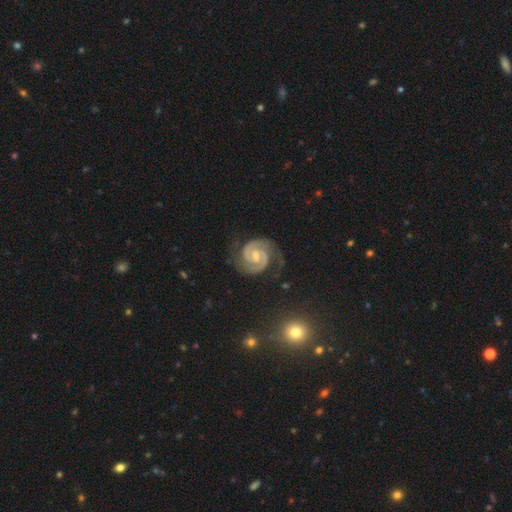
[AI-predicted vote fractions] A featured or disk galaxy (92%) with a weak bar (54%), 2 (92%) tight (56%) spiral arms (99%) and a moderate central bulge (47%).

Vote fractions:
- Smooth or featured? featured or disk: 92% / star or artifact: 5% / smooth: 4%
- Edge-on disk? no: 98% / yes: 2%
- Bar? weak: 54% / no: 31% / strong: 15%
- Spiral arms? yes: 99% / no: 1%
- Spiral winding? tight: 56% / medium: 38% / loose: 5%
- Spiral arm count? 2: 92% / 3: 2% / can't tell: 2% / 1: 1% / 4: 1% / more than 4: 1%
- Bulge size? moderate: 47% / small: 45% / none: 5% / large: 2% / dominant: 1%
- Merging? none: 76% / minor disturbance: 16% / major disturbance: 6% / merger: 1%